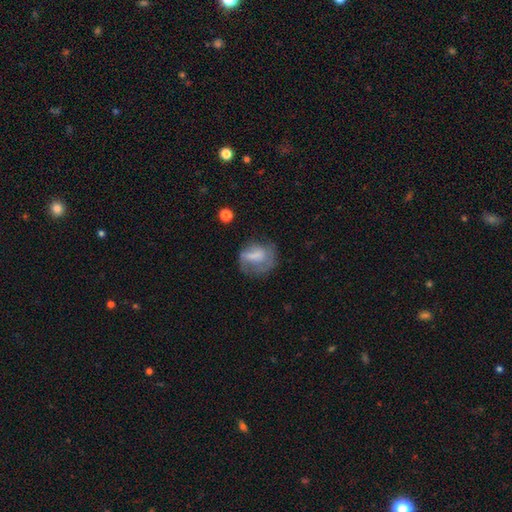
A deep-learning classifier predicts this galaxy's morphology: Overall: smooth (57%; featured or disk 33%). How rounded: round (55%; in between 43%). Merging: none (43%; major disturbance 27%).